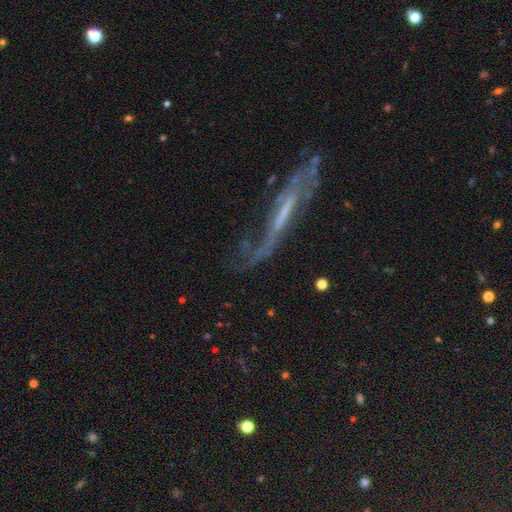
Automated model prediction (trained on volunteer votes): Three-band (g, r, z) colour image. It shows a featured or disk galaxy (70%) with not edge-on (50%, tied with yes). Merging: none (51%).